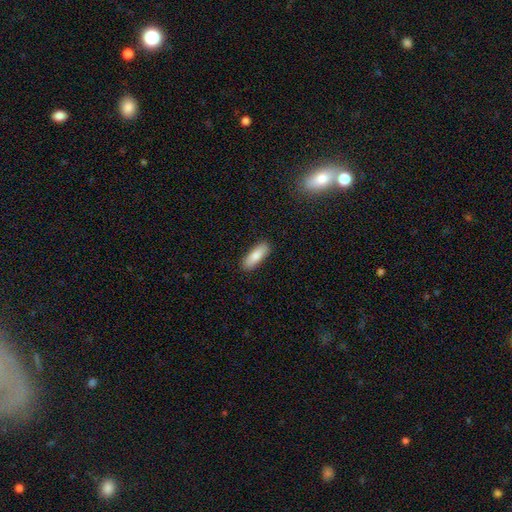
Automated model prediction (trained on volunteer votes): Overall: smooth (84%). How rounded: in between (64%; cigar-shaped 34%). Merging: none (89%).